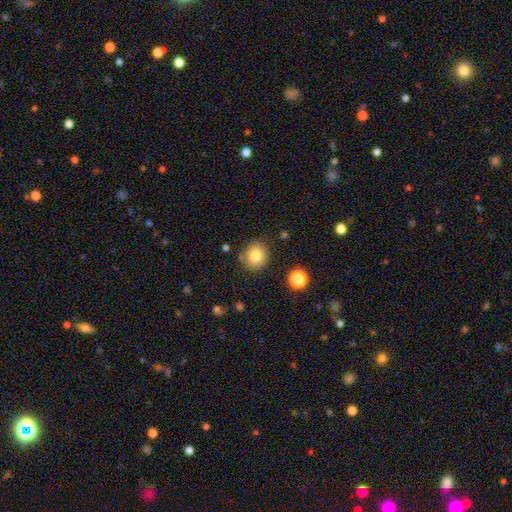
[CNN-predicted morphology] A smooth galaxy with no disk features (81%) that is round (89%). Merging: none (83%).